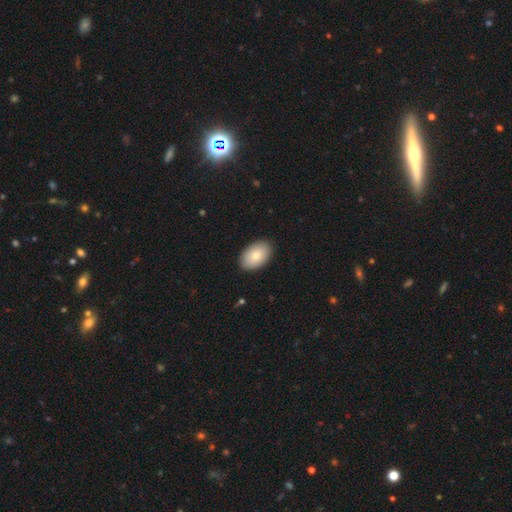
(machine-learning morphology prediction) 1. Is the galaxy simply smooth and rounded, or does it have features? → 83% smooth, 11% featured or disk, 6% star or artifact.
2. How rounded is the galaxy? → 93% in between, 5% round, 1% cigar-shaped.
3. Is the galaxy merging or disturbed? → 90% none, 8% minor disturbance, 2% major disturbance, 1% merger.